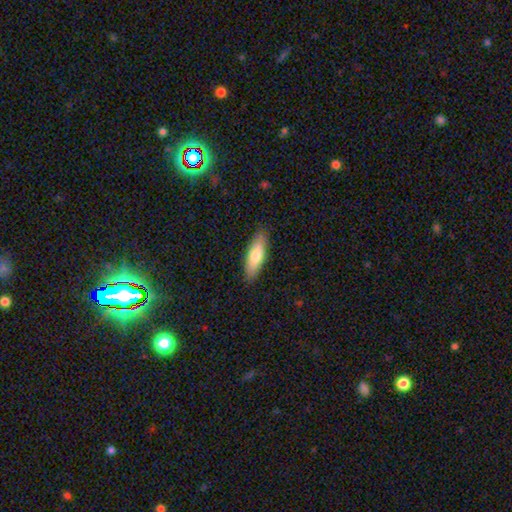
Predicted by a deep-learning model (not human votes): smooth_or_featured: smooth (p=0.74) [alt: featured or disk p=0.20]
how_rounded: in between (p=0.53) [alt: cigar-shaped p=0.46]
merging: none (p=0.87) [alt: minor disturbance p=0.10]